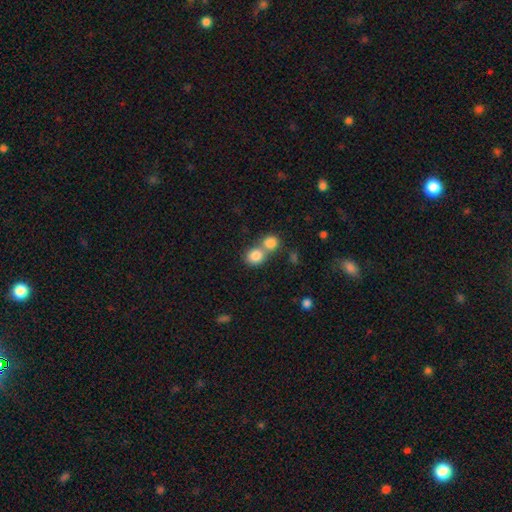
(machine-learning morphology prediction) A smooth galaxy with no disk features (83%) that is round (75%). Merging: merger (52%).